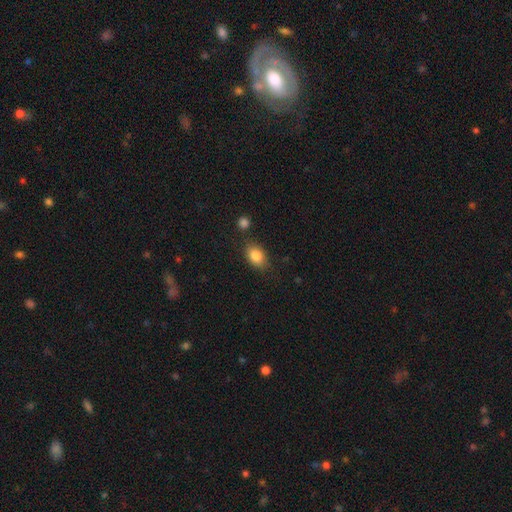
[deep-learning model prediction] Smooth or featured?
  - smooth: 84% *
  - star or artifact: 8%
  - featured or disk: 8%
How rounded?
  - in between: 82% *
  - round: 16%
  - cigar-shaped: 2%
Merging?
  - none: 78% *
  - minor disturbance: 14%
  - merger: 5%
  - major disturbance: 4%